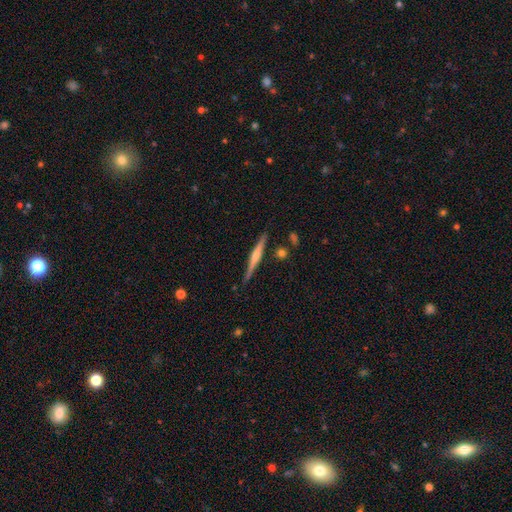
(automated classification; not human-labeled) Smooth or featured? Predicted: featured or disk (p=0.66). Edge-on disk? Predicted: yes (p=0.98). Edge-on bulge? Predicted: rounded (p=0.68). Merging? Predicted: none (p=0.86).